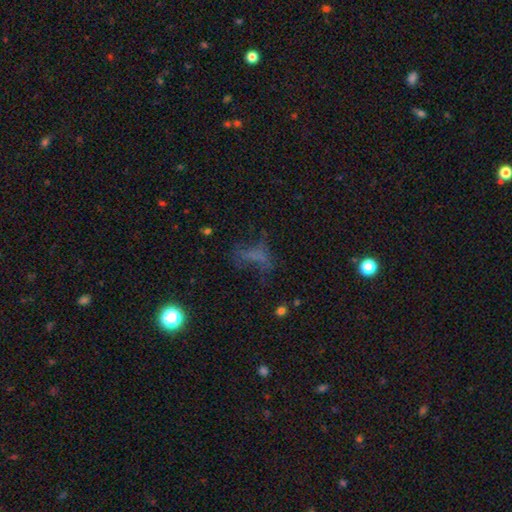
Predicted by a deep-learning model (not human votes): smooth-or-featured: smooth: 39% | star or artifact: 31% | featured or disk: 30%
  merging: none: 44% | major disturbance: 33% | minor disturbance: 18% | merger: 5%